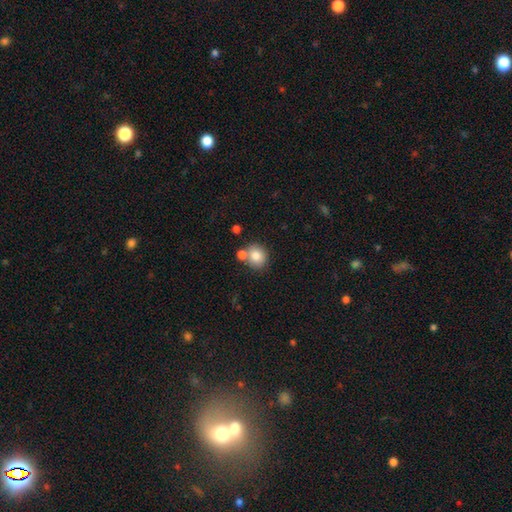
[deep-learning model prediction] This appears to be a smooth galaxy with no disk features (82%) that is round (76%). Merging: none (62%).